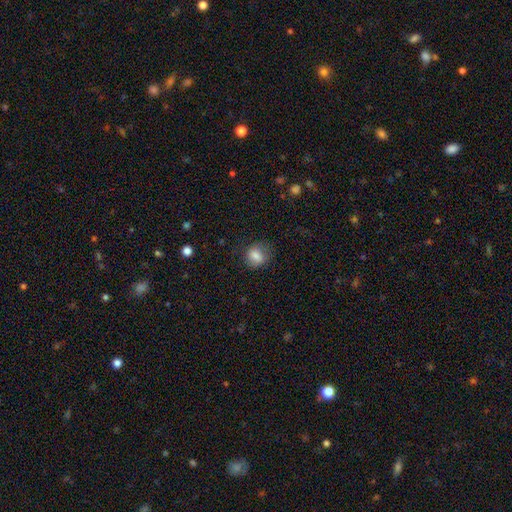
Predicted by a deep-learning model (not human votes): Morphology: type=smooth (80%); roundness=round (66%); merging=none (71%).